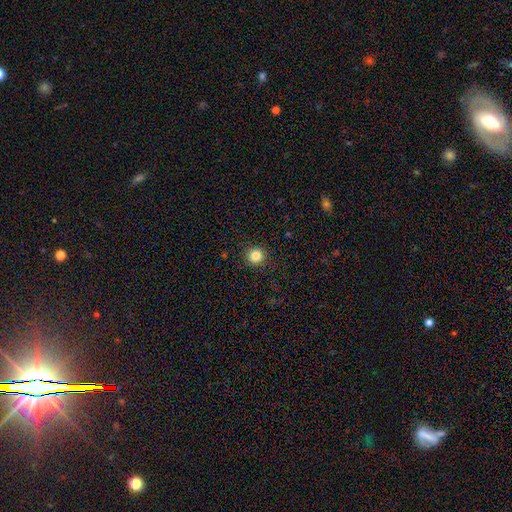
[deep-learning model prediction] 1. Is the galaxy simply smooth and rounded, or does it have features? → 84% smooth, 11% star or artifact, 5% featured or disk.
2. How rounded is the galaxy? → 94% round, 5% in between, 1% cigar-shaped.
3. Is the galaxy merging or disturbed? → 92% none, 5% minor disturbance, 2% major disturbance, 1% merger.